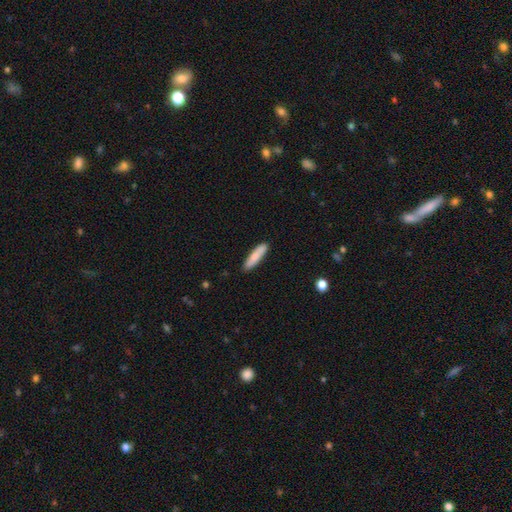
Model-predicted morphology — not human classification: type=smooth (83%); roundness=cigar-shaped (81%); merging=none (88%).